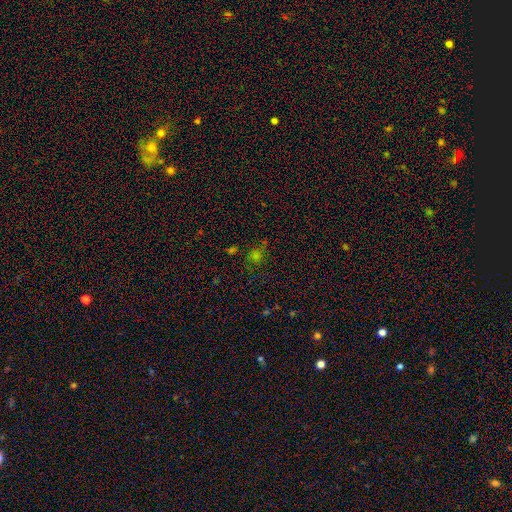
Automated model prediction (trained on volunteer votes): The model was most divided on "smooth or featured": smooth: 49%, star or artifact: 43%, featured or disk: 8%. More confident: merging — none (67%).